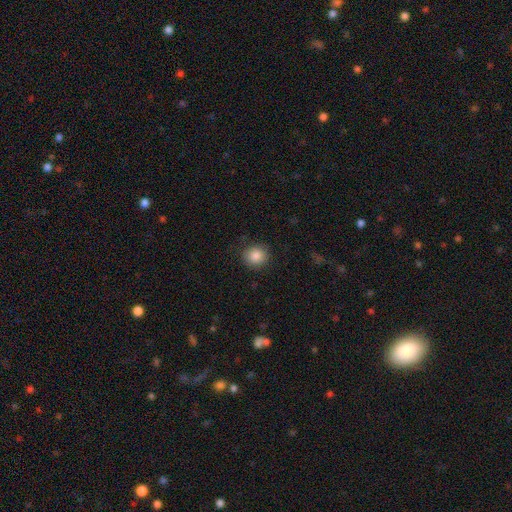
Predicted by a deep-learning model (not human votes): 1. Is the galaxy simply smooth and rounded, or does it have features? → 85% smooth, 10% star or artifact, 5% featured or disk.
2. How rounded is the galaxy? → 88% round, 11% in between, 1% cigar-shaped.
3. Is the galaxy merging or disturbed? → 88% none, 8% minor disturbance, 3% major disturbance, 1% merger.